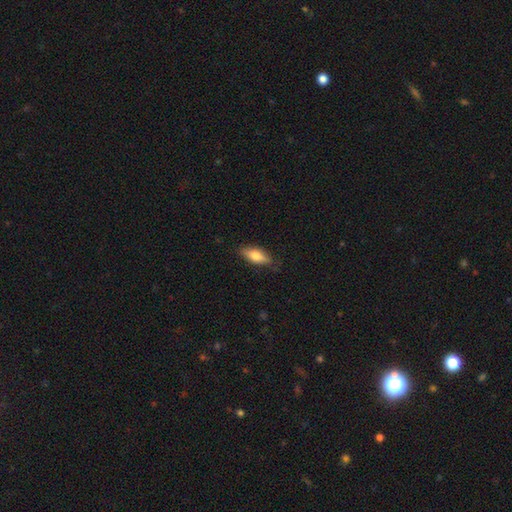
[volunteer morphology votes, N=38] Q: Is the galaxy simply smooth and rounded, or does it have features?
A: smooth — 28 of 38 (74%).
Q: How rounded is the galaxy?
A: in between — 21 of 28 (75%).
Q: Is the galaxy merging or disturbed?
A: none — 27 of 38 (71%).